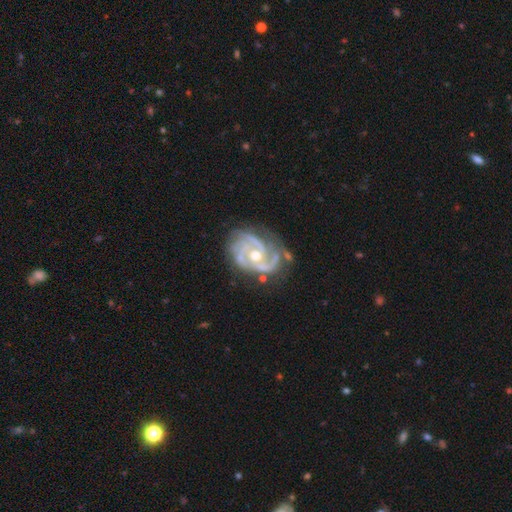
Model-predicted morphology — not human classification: featured or disk 86%, star or artifact 8%, smooth 5%. Down the decision tree: edge-on disk — no (98%); bar — no (61%); spiral arms — yes (96%); spiral arm count — 2 (39%); spiral winding — tight (58%); bulge size — moderate (54%); merging — none (69%).